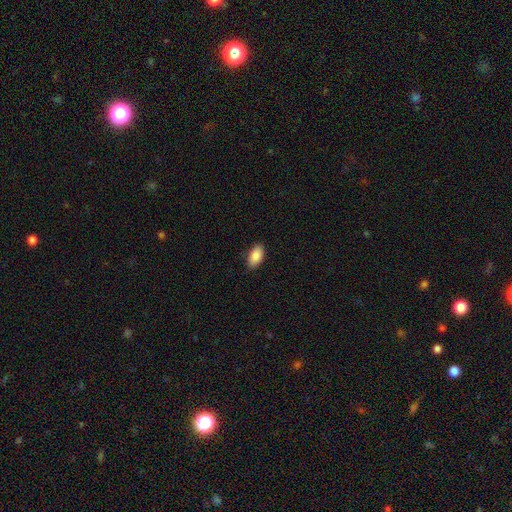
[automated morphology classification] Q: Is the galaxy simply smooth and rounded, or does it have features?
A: smooth — 88%.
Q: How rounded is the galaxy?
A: in between — 94%.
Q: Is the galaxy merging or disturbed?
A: none — 86%.